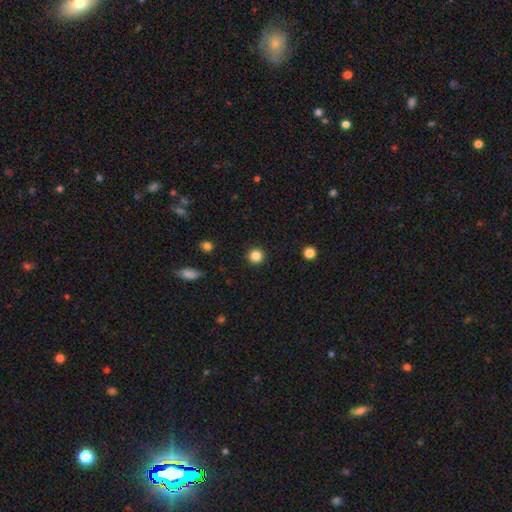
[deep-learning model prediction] smooth 85%, star or artifact 11%, featured or disk 4%. Down the decision tree: how rounded — round (95%); merging — none (92%).